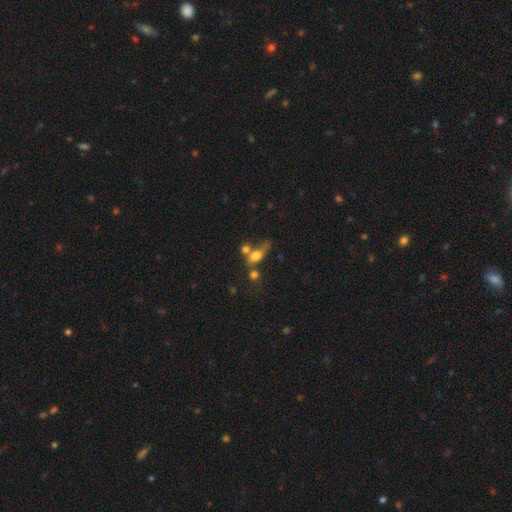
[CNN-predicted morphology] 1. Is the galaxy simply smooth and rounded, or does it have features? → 68% smooth, 20% featured or disk, 11% star or artifact.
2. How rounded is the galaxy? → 66% in between, 21% round, 13% cigar-shaped.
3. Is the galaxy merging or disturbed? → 42% merger, 26% none, 18% major disturbance, 14% minor disturbance.